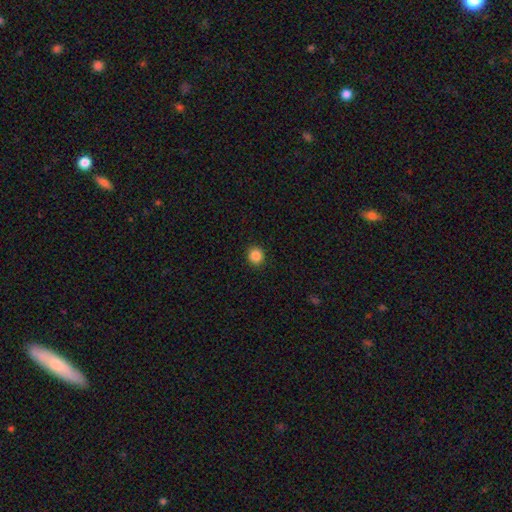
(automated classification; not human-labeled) The model was most divided on "smooth or featured": smooth: 87%, star or artifact: 10%, featured or disk: 3%. More confident: merging — none (92%); how rounded — round (89%).